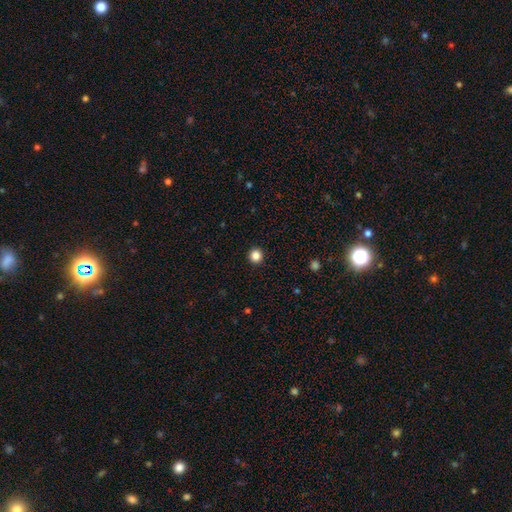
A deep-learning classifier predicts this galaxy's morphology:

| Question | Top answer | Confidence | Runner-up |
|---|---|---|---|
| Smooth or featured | smooth | 85% | star or artifact (12%) |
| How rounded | round | 94% | in between (5%) |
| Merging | none | 93% | minor disturbance (4%) |